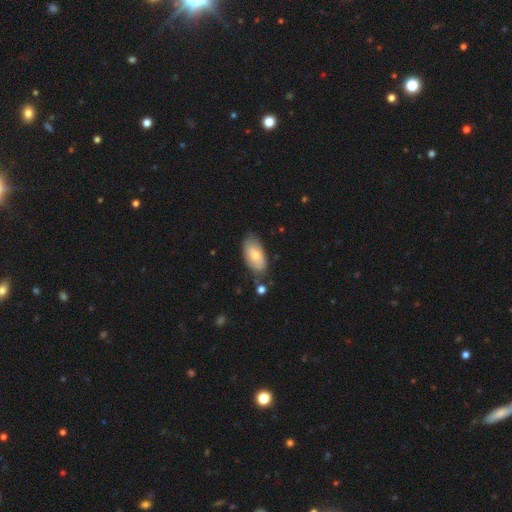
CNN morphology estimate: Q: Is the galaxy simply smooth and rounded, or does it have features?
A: smooth — 71%.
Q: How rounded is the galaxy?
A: in between — 93%.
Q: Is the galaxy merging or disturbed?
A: none — 71%.